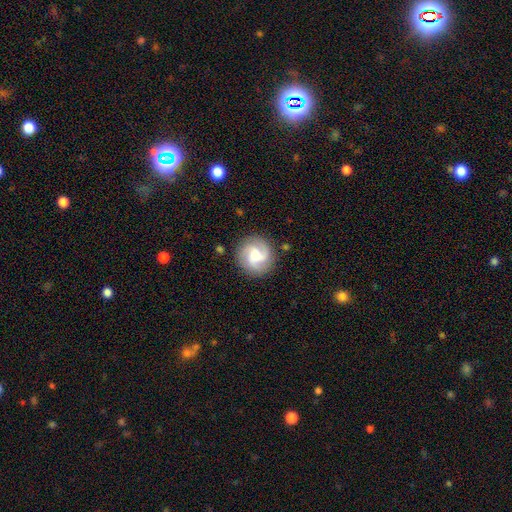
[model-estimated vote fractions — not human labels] Smooth or featured? featured or disk (72%)
Edge-on disk? no (98%)
Bar? no (50%)
Spiral arms? yes (96%)
Spiral winding? medium (48%)
Spiral arm count? 3 (62%)
Bulge size? moderate (46%)
Merging? none (85%)